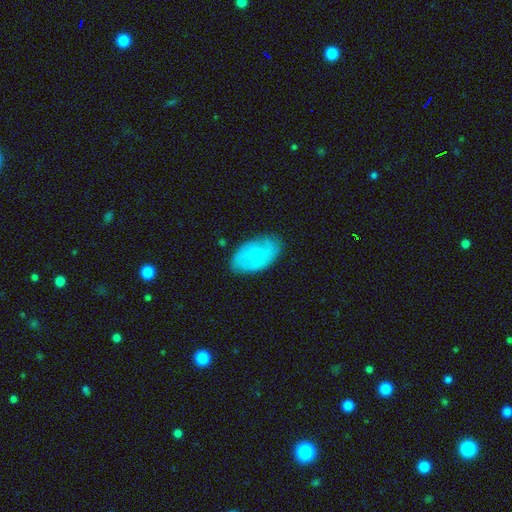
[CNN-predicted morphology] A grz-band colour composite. It shows a smooth galaxy with no disk features (55%) that is in between round and cigar-shaped (93%). Merging: none (76%).